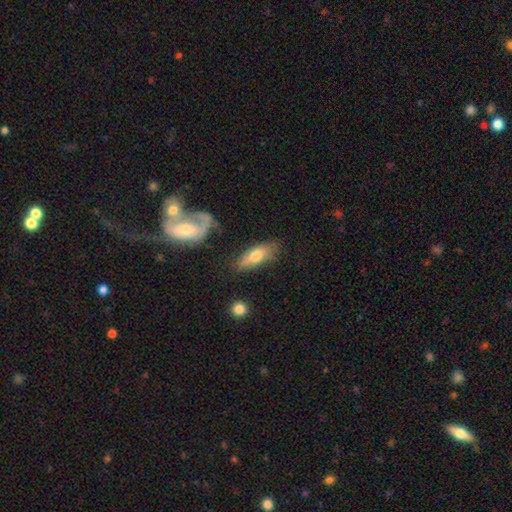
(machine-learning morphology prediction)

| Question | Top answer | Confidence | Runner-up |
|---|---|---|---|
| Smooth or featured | smooth | 66% | featured or disk (27%) |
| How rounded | in between | 63% | cigar-shaped (34%) |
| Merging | none | 74% | minor disturbance (17%) |